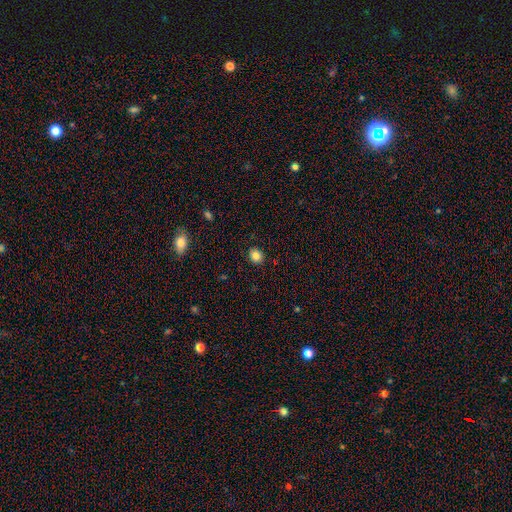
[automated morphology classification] This appears to be a smooth galaxy with no disk features (84%) that is round (62%). Merging: none (89%).